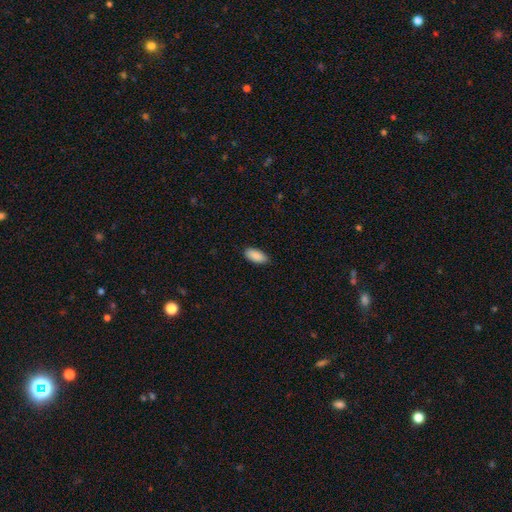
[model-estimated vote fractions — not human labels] smooth 90%, star or artifact 6%, featured or disk 4%. Down the decision tree: how rounded — in between (89%); merging — none (86%).